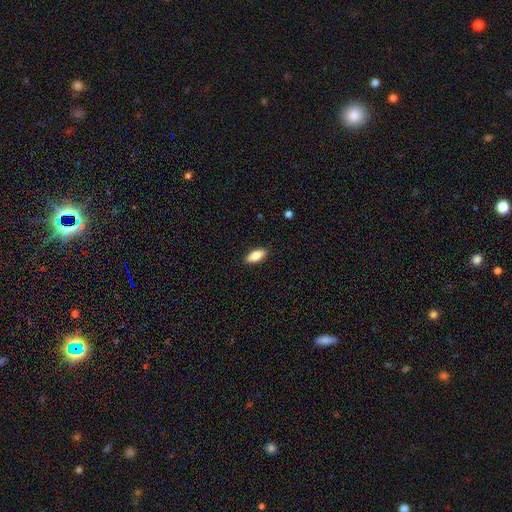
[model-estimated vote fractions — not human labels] Morphology: type=smooth (81%); roundness=in between (83%); merging=none (89%).